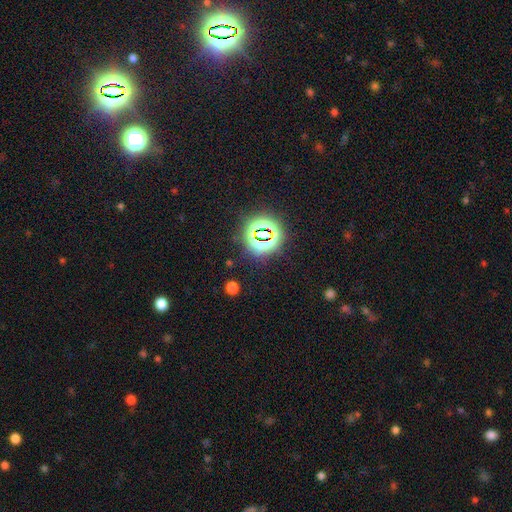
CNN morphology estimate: Smooth or featured? Predicted: star or artifact (p=0.82).